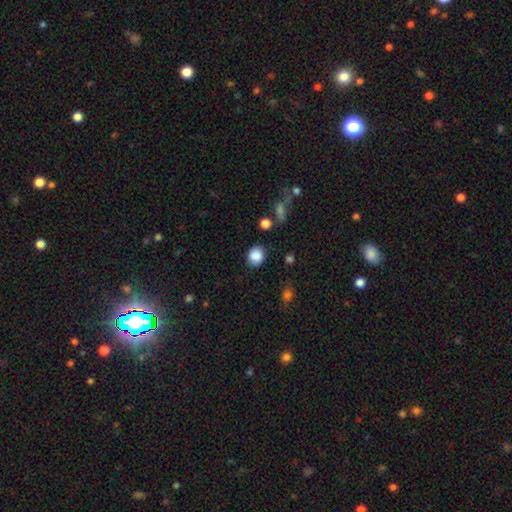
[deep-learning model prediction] This is clearly a smooth galaxy (87%). How rounded: likely round (78%). Merging: clearly none (83%).